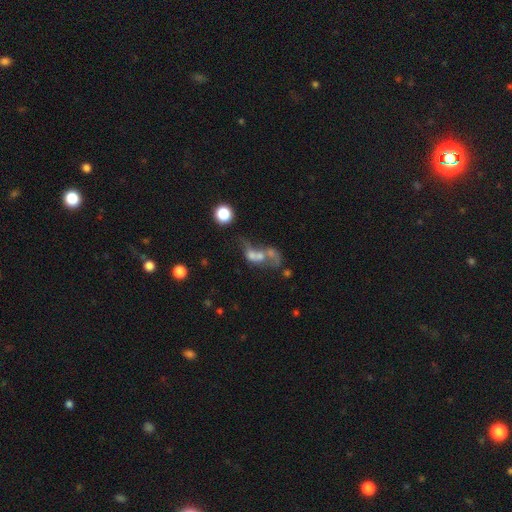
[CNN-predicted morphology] Smooth or featured: smooth — 46% (featured or disk — 38%)
Merging: merger — 66% (major disturbance — 16%)